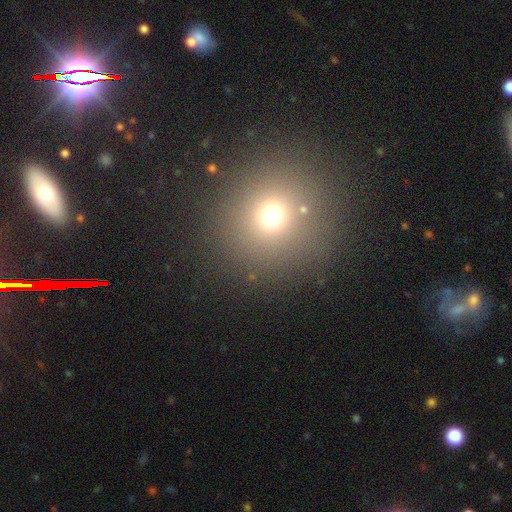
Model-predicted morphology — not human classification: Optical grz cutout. It shows a smooth galaxy with no disk features (57%) that is round (91%). Merging: none (87%).